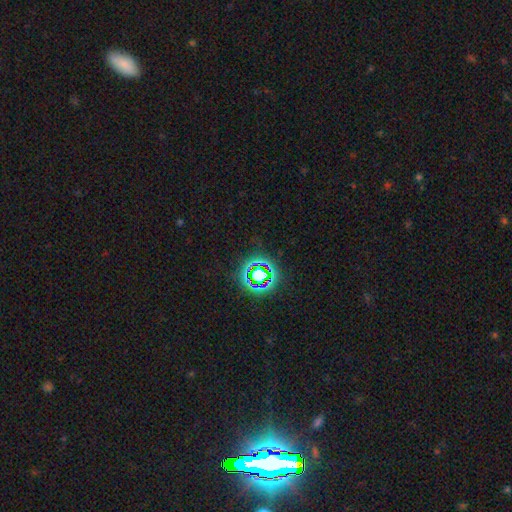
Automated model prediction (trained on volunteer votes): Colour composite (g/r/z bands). It shows a star or artifact, not a galaxy (77%).